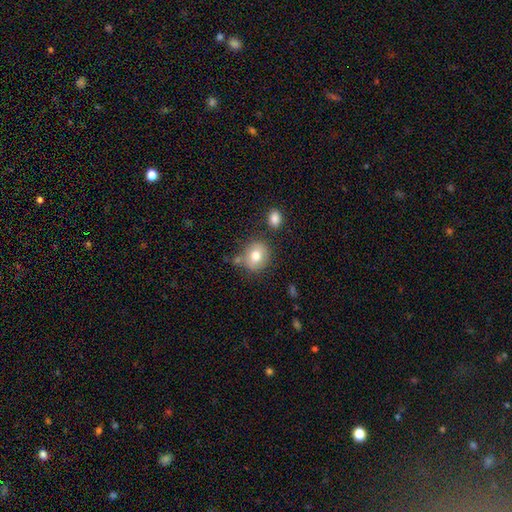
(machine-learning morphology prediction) smooth-or-featured: smooth: 77% | featured or disk: 14% | star or artifact: 9%
  how-rounded: round: 70% | in between: 29% | cigar-shaped: 1%
  merging: none: 70% | minor disturbance: 16% | merger: 10% | major disturbance: 4%